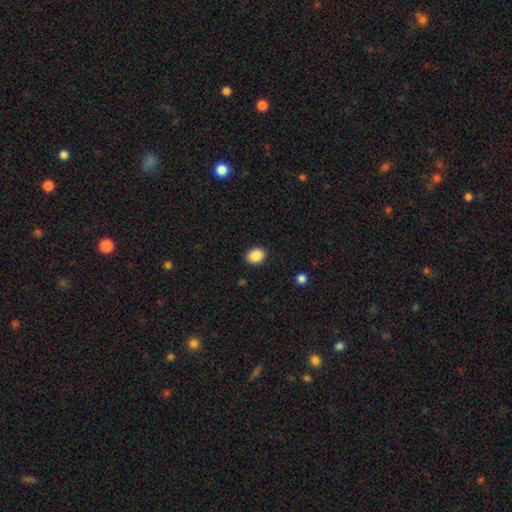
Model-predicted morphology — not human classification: Smooth or featured? smooth (89%)
How rounded? round (50%)
Merging? none (90%)